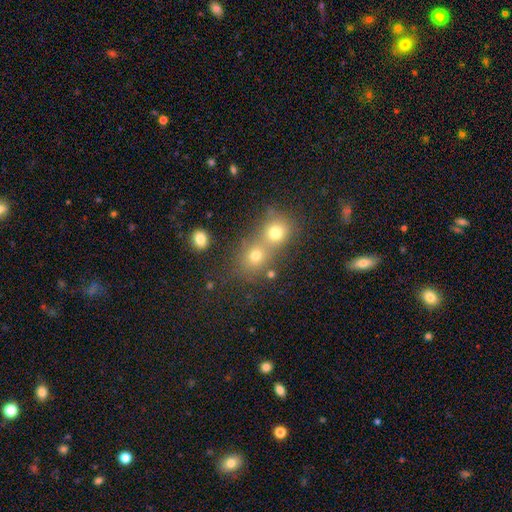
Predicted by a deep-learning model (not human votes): A smooth galaxy with no disk features (72%) that is round (78%).

Vote fractions:
- Smooth or featured? smooth: 72% / star or artifact: 17% / featured or disk: 11%
- How rounded? round: 78% / in between: 21% / cigar-shaped: 1%
- Merging? merger: 51% / none: 40% / minor disturbance: 6% / major disturbance: 3%